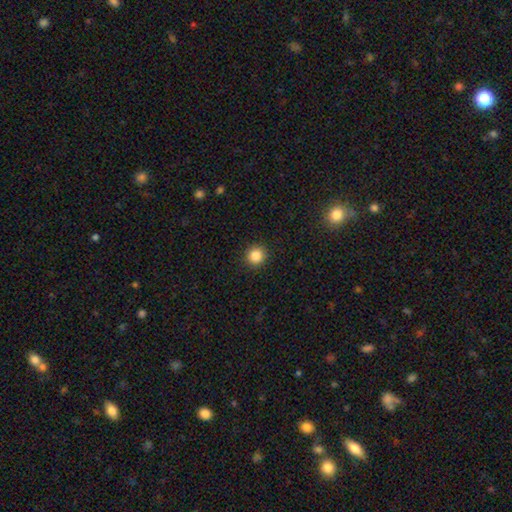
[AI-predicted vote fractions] smooth 85%, star or artifact 11%, featured or disk 4%. Down the decision tree: how rounded — round (93%); merging — none (92%).